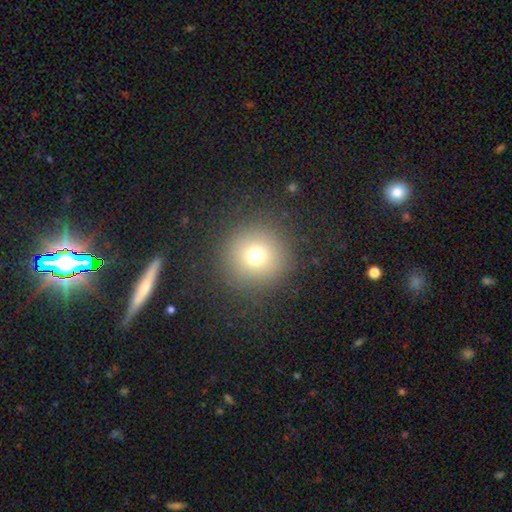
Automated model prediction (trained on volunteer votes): A smooth galaxy with no disk features (71%) that is round (95%).

Vote fractions:
- Smooth or featured? smooth: 71% / star or artifact: 18% / featured or disk: 10%
- How rounded? round: 95% / in between: 4% / cigar-shaped: 1%
- Merging? none: 89% / minor disturbance: 6% / major disturbance: 4% / merger: 1%